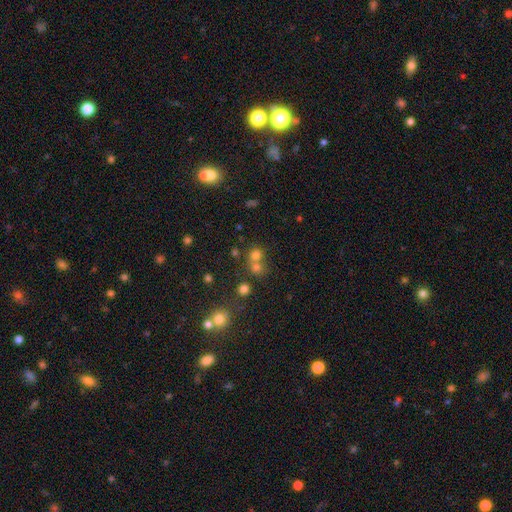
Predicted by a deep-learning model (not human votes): Smooth or featured?
  - smooth: 69% *
  - star or artifact: 21%
  - featured or disk: 10%
How rounded?
  - round: 85% *
  - in between: 14%
  - cigar-shaped: 1%
Merging?
  - none: 50% *
  - merger: 41%
  - minor disturbance: 6%
  - major disturbance: 3%